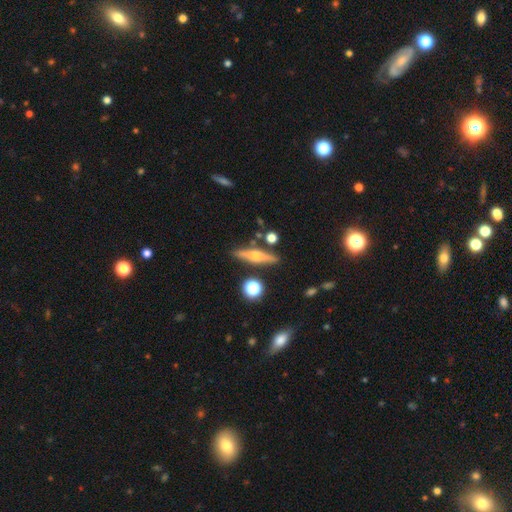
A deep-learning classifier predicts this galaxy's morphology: smooth_or_featured: featured or disk (p=0.62) [alt: smooth p=0.29]
disk_edge_on: yes (p=0.94) [alt: no p=0.06]
edge_on_bulge: rounded (p=0.93) [alt: none p=0.04]
merging: none (p=0.85) [alt: minor disturbance p=0.09]